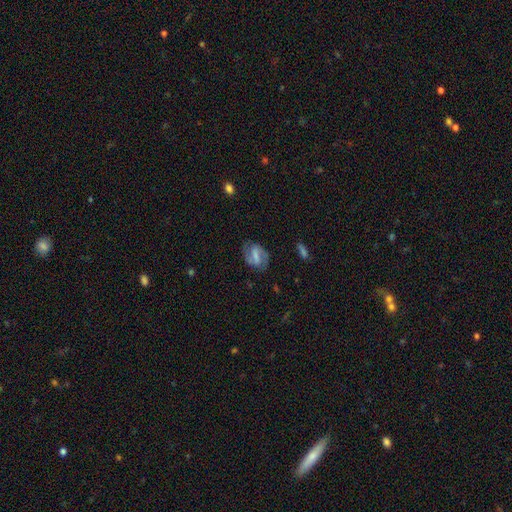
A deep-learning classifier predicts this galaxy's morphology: The model was most divided on "bulge size": none: 39%, small: 29%, moderate: 23%, large: 7%, dominant: 2%. Remaining: edge-on disk — no (97%); spiral arms — yes (88%); spiral arm count — 2 (88%); merging — none (77%); smooth or featured — featured or disk (73%); bar — strong (56%); spiral winding — medium (50%).